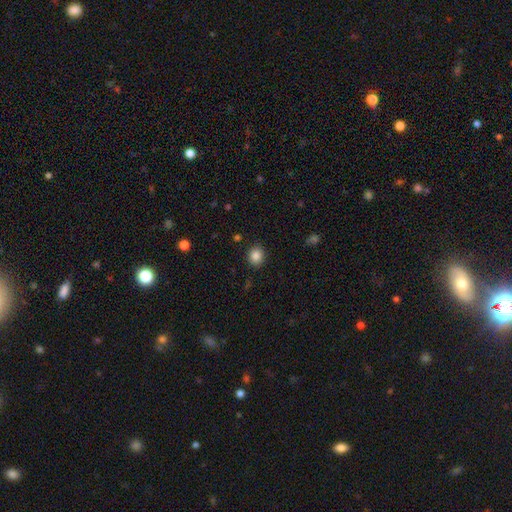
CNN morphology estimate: The model was most divided on "how rounded": round: 76%, in between: 23%, cigar-shaped: 1%. More confident: merging — none (90%); smooth or featured — smooth (86%).